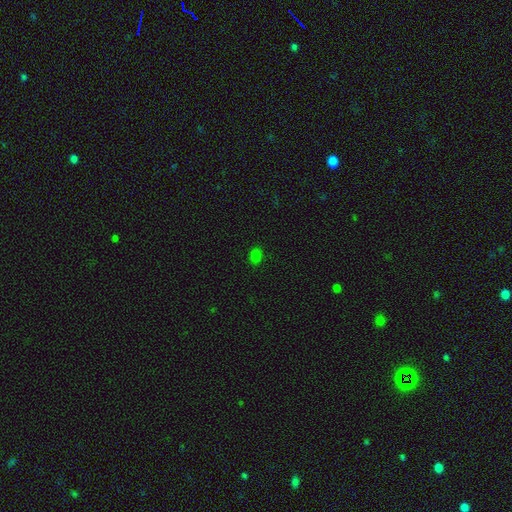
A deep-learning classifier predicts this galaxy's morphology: Smooth or featured? Predicted: smooth (p=0.79). How rounded? Predicted: in between (p=0.70). Merging? Predicted: none (p=0.88).